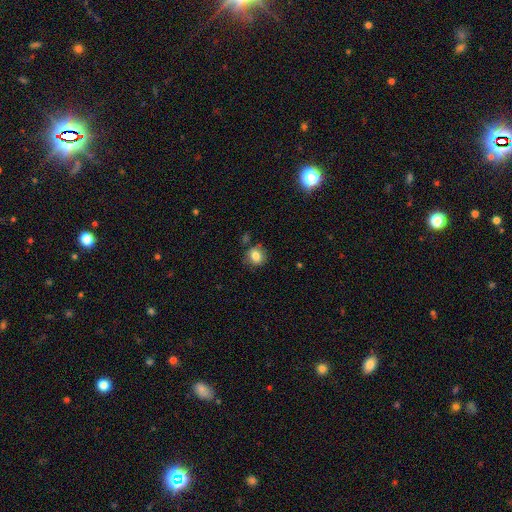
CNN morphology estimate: This is clearly a smooth galaxy (81%). How rounded: likely round (66%). Merging: likely none (73%).